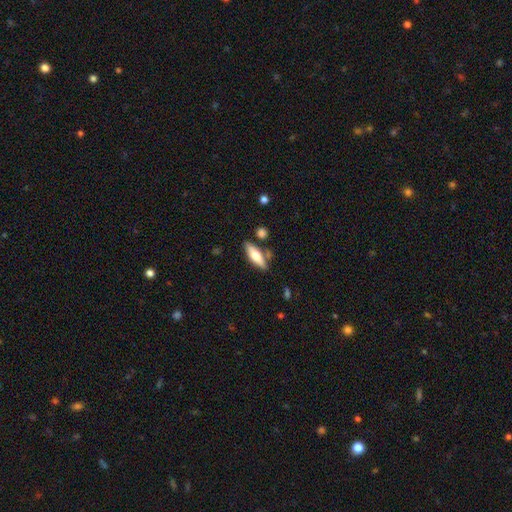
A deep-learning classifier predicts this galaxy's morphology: Smooth or featured: smooth — 54% (featured or disk — 40%)
How rounded: in between — 51% (cigar-shaped — 46%)
Merging: none — 75% (minor disturbance — 13%)